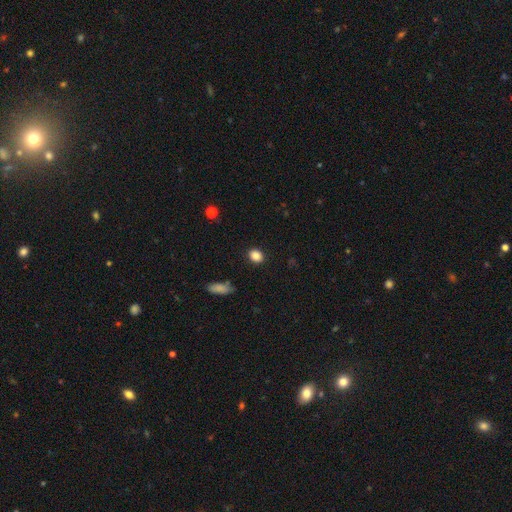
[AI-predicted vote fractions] This appears to be a smooth galaxy with no disk features (86%) that is round (50%). Merging: none (89%).